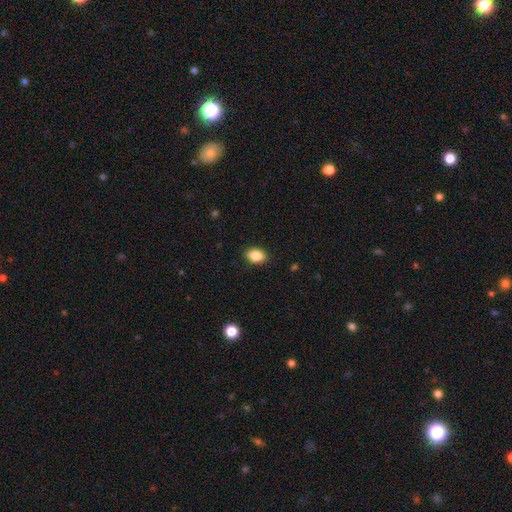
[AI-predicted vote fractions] A smooth galaxy with no disk features (88%) that is in between round and cigar-shaped (79%).

Vote fractions:
- Smooth or featured? smooth: 88% / star or artifact: 8% / featured or disk: 4%
- How rounded? in between: 79% / round: 20% / cigar-shaped: 1%
- Merging? none: 89% / minor disturbance: 8% / major disturbance: 2% / merger: 1%